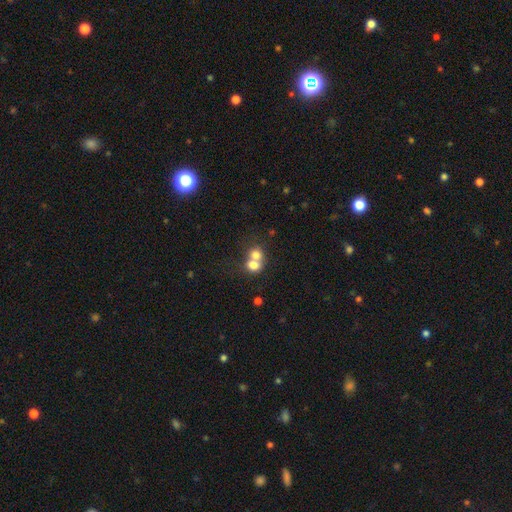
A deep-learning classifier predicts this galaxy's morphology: Smooth or featured? Predicted: smooth (p=0.72). How rounded? Predicted: round (p=0.67). Merging? Predicted: merger (p=0.69).